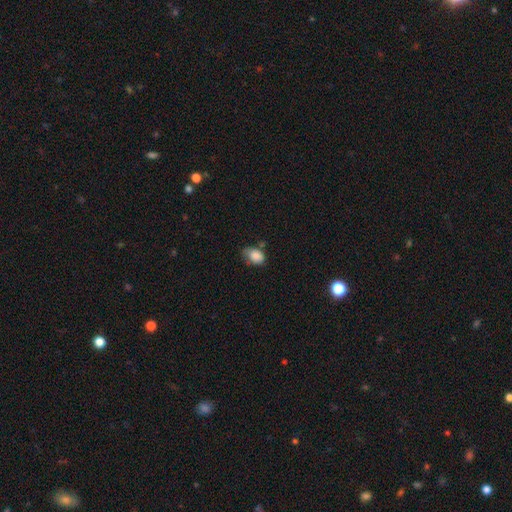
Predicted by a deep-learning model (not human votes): smooth 85%, star or artifact 8%, featured or disk 7%. Down the decision tree: how rounded — in between (81%); merging — none (47%).